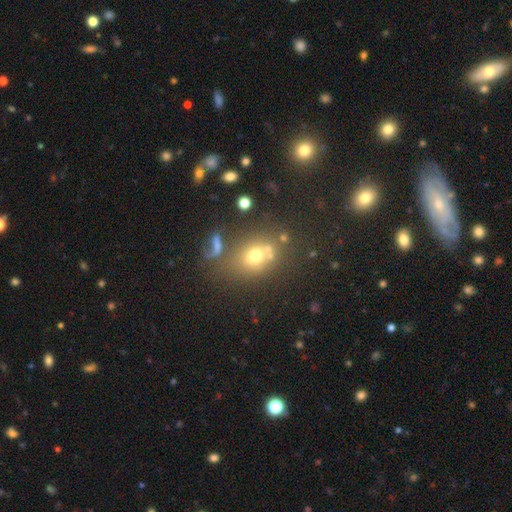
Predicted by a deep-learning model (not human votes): Q: Smooth or featured?
A: smooth (64%); runner-up: star or artifact (19%)
Q: How rounded?
A: round (53%); runner-up: in between (45%)
Q: Merging?
A: none (58%); runner-up: merger (20%)